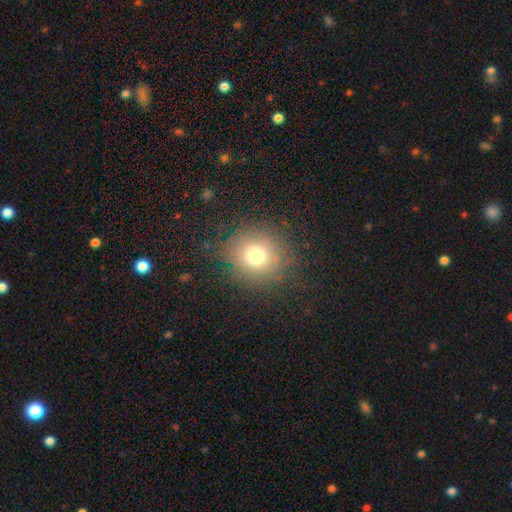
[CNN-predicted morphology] The model was most divided on "smooth or featured": smooth: 71%, star or artifact: 16%, featured or disk: 12%. More confident: how rounded — round (88%); merging — none (81%).